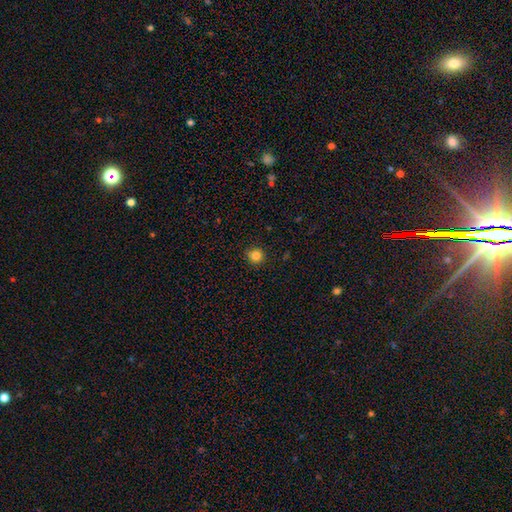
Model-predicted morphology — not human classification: Smooth or featured? Predicted: smooth (p=0.83). How rounded? Predicted: round (p=0.94). Merging? Predicted: none (p=0.90).